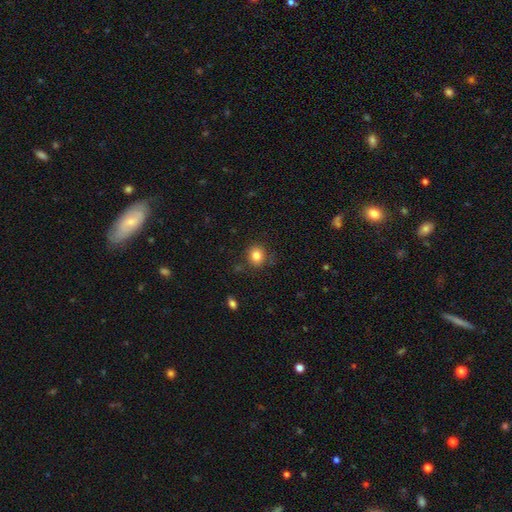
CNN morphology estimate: Smooth or featured?
  - smooth: 83% *
  - star or artifact: 11%
  - featured or disk: 6%
How rounded?
  - round: 79% *
  - in between: 20%
  - cigar-shaped: 1%
Merging?
  - none: 83% *
  - minor disturbance: 11%
  - major disturbance: 3%
  - merger: 2%